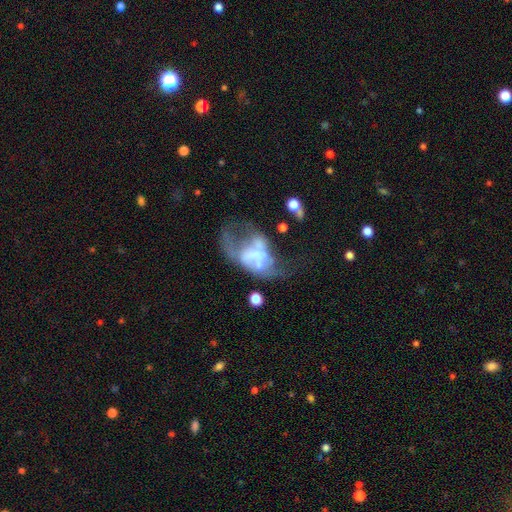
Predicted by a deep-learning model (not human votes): Q: Smooth or featured?
A: featured or disk (60%); runner-up: smooth (28%)
Q: Edge-on disk?
A: no (96%); runner-up: yes (4%)
Q: Bar?
A: no (79%); runner-up: weak (15%)
Q: Spiral arms?
A: no (78%); runner-up: yes (22%)
Q: Bulge size?
A: none (54%); runner-up: large (15%)
Q: Merging?
A: major disturbance (49%); runner-up: merger (24%)